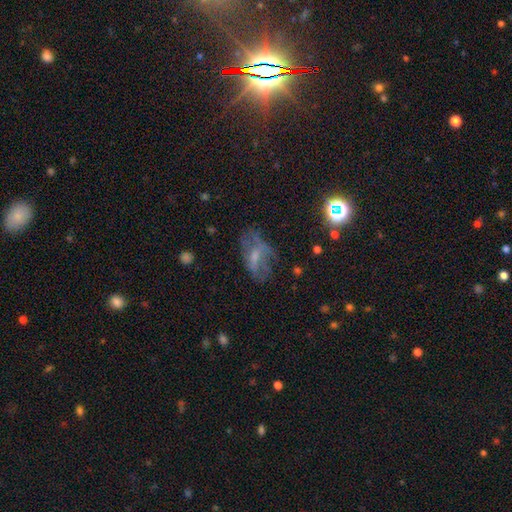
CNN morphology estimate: A featured or disk galaxy (48%).

Vote fractions:
- Smooth or featured? featured or disk: 48% / smooth: 35% / star or artifact: 16%
- Merging? none: 46% / major disturbance: 28% / minor disturbance: 24% / merger: 3%